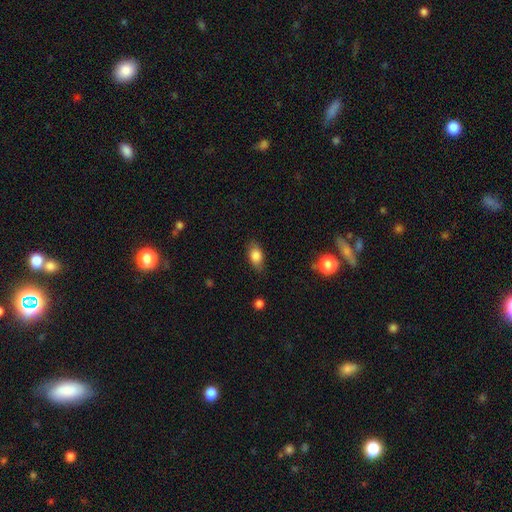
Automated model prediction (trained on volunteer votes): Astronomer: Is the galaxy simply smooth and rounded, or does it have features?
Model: smooth — 81%.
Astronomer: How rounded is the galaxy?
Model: in between — 85%.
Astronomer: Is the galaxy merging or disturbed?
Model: none — 79%.